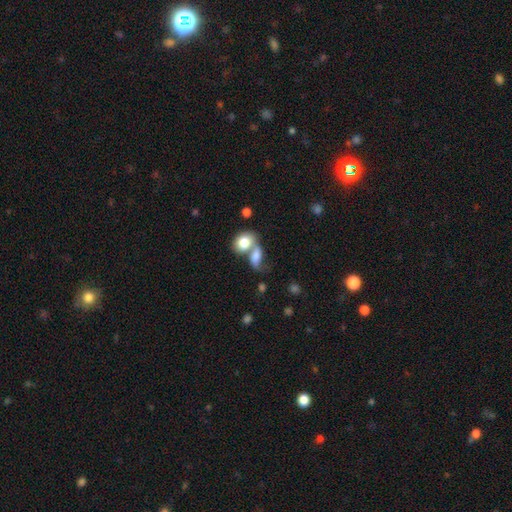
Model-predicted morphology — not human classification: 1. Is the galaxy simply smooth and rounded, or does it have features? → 69% smooth, 22% featured or disk, 9% star or artifact.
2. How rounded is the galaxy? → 72% in between, 24% round, 4% cigar-shaped.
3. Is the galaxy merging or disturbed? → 65% merger, 19% none, 9% minor disturbance, 8% major disturbance.